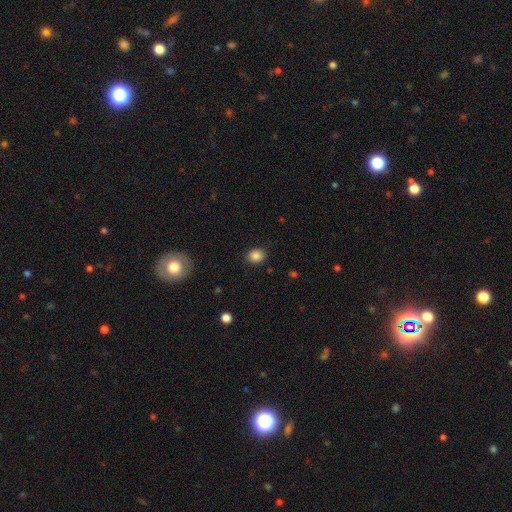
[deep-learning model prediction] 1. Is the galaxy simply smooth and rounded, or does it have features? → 86% smooth, 10% star or artifact, 4% featured or disk.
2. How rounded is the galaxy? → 58% round, 41% in between, 1% cigar-shaped.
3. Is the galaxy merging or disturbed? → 87% none, 9% minor disturbance, 3% major disturbance, 1% merger.